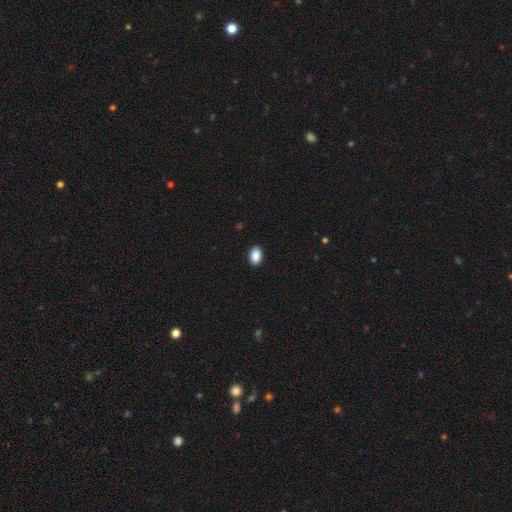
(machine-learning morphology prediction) smooth_or_featured: smooth (p=0.90) [alt: star or artifact p=0.07]
how_rounded: in between (p=0.88) [alt: round p=0.10]
merging: none (p=0.90) [alt: minor disturbance p=0.07]